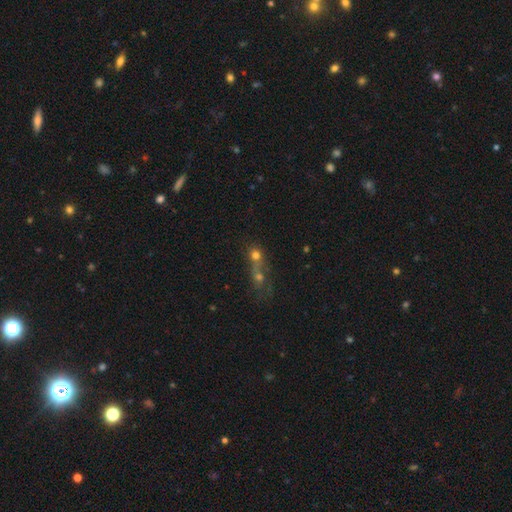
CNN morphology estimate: Q: Smooth or featured?
A: smooth (67%); runner-up: star or artifact (17%)
Q: How rounded?
A: round (80%); runner-up: in between (18%)
Q: Merging?
A: merger (63%); runner-up: none (27%)